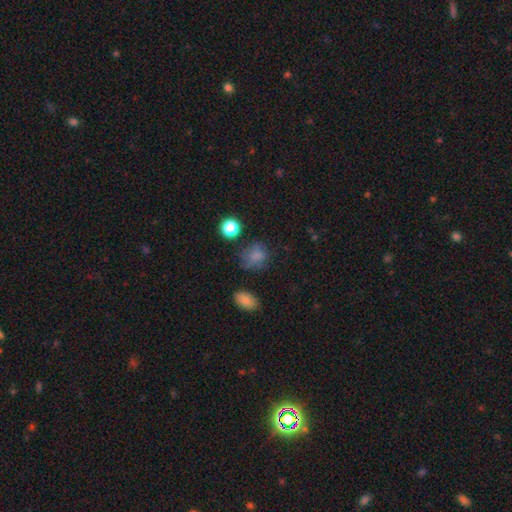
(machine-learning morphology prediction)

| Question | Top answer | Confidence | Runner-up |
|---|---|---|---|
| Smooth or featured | smooth | 74% | star or artifact (16%) |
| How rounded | round | 60% | in between (39%) |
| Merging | none | 59% | minor disturbance (24%) |